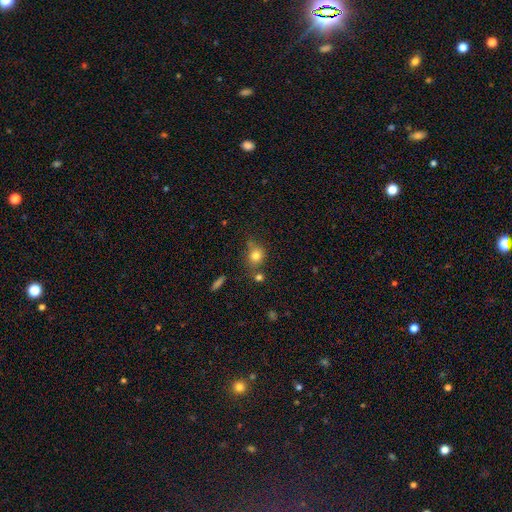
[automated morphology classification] The model was most divided on "merging": none: 59%, minor disturbance: 19%, merger: 15%, major disturbance: 7%. More confident: smooth or featured — smooth (78%); how rounded — round (69%).